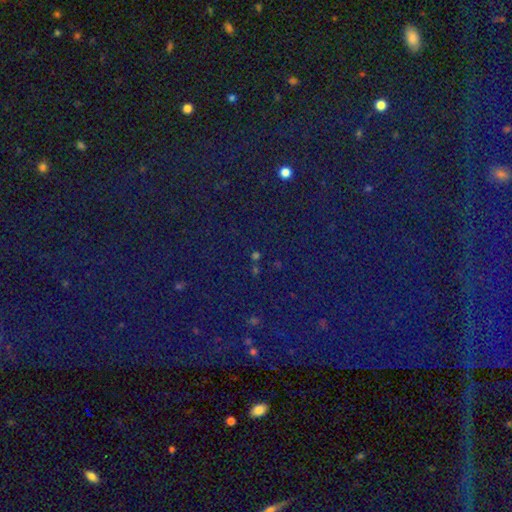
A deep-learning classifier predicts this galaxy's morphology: This is likely a star or artifact rather than a galaxy (71%).